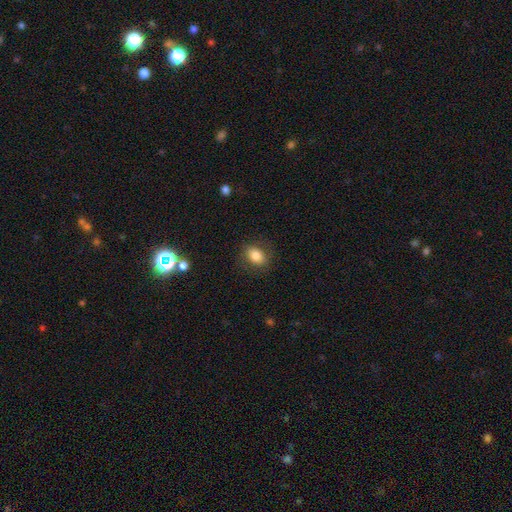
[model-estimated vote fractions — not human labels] Morphology: type=smooth (83%); roundness=in between (69%); merging=none (84%).